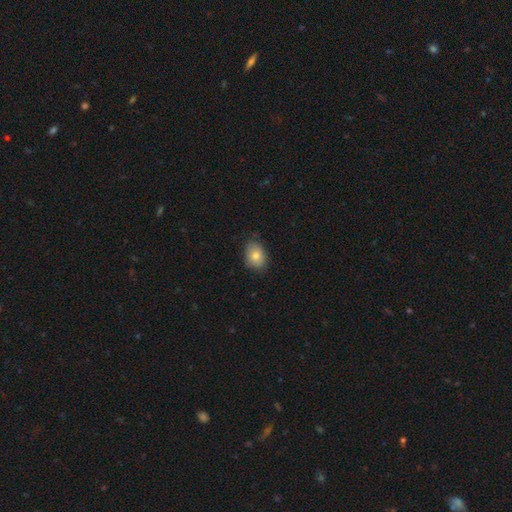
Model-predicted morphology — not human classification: This is likely a smooth galaxy (79%). How rounded: likely in between (69%). Merging: likely none (76%).